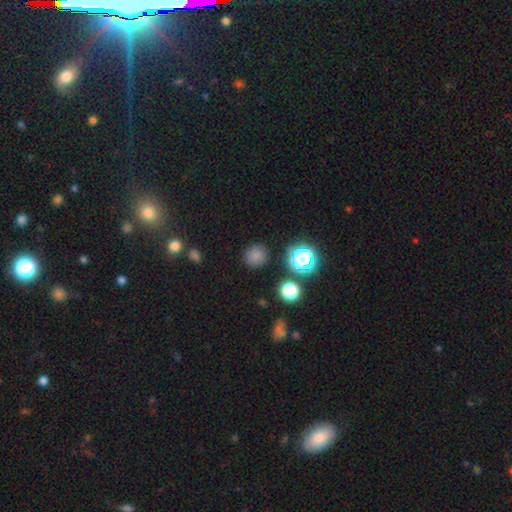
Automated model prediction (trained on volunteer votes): Smooth or featured?
  - smooth: 75% *
  - star or artifact: 19%
  - featured or disk: 6%
How rounded?
  - round: 90% *
  - in between: 9%
  - cigar-shaped: 1%
Merging?
  - none: 85% *
  - minor disturbance: 9%
  - major disturbance: 3%
  - merger: 3%